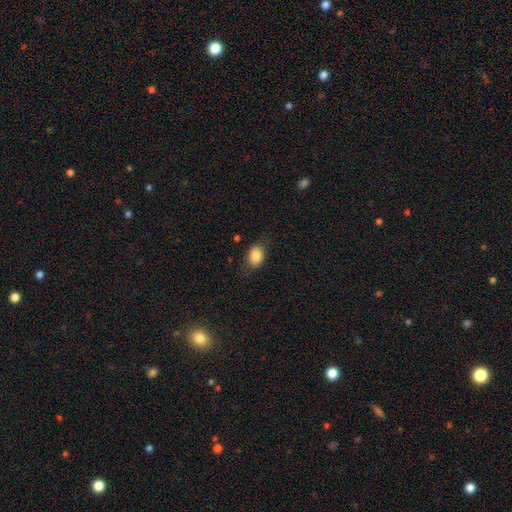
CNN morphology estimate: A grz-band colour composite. It shows a smooth galaxy with no disk features (84%) that is in between round and cigar-shaped (74%). Merging: none (76%).